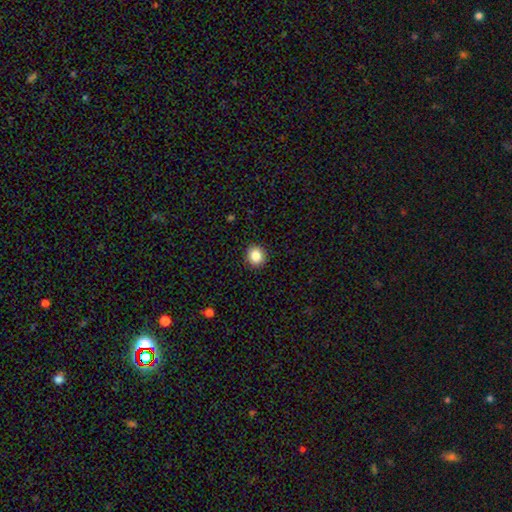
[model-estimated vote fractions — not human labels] Smooth or featured? Predicted: smooth (p=0.85). How rounded? Predicted: round (p=0.84). Merging? Predicted: none (p=0.92).